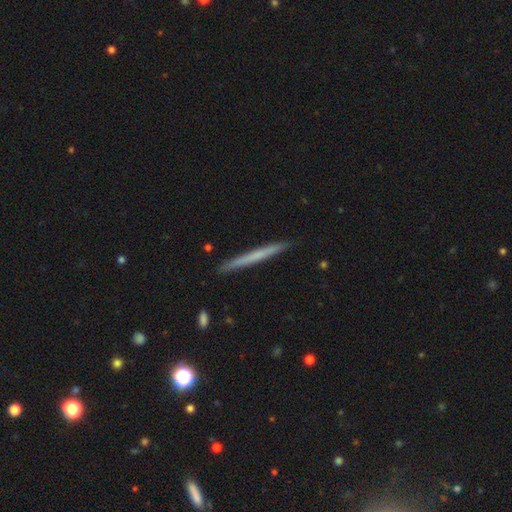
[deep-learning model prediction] This is possibly a smooth galaxy (53%). How rounded: clearly cigar-shaped (97%). Merging: clearly none (91%).